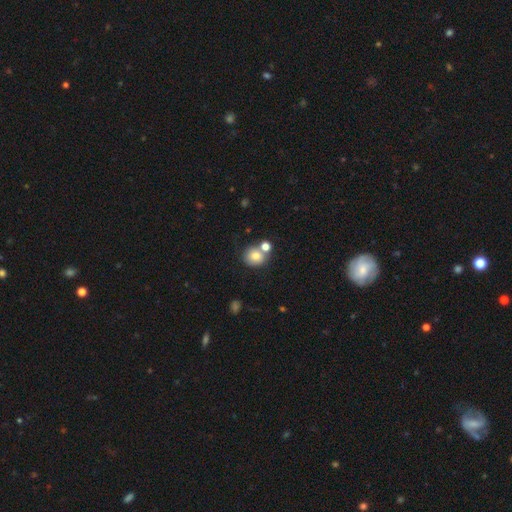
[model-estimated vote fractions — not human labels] Overall: smooth (77%). How rounded: round (82%). Merging: none (58%; merger 29%).